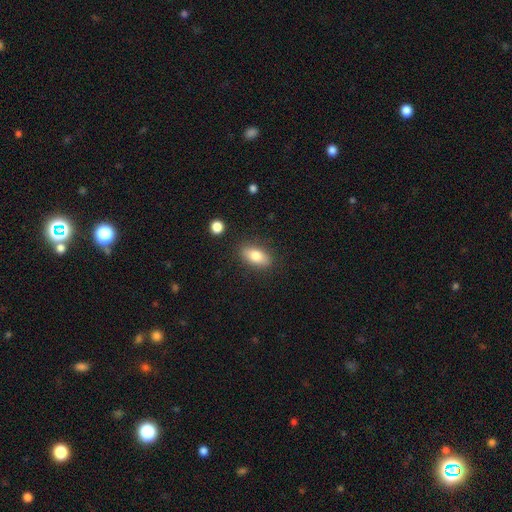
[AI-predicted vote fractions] Smooth or featured: smooth — 78% (featured or disk — 14%)
How rounded: in between — 86% (cigar-shaped — 8%)
Merging: none — 85% (minor disturbance — 10%)